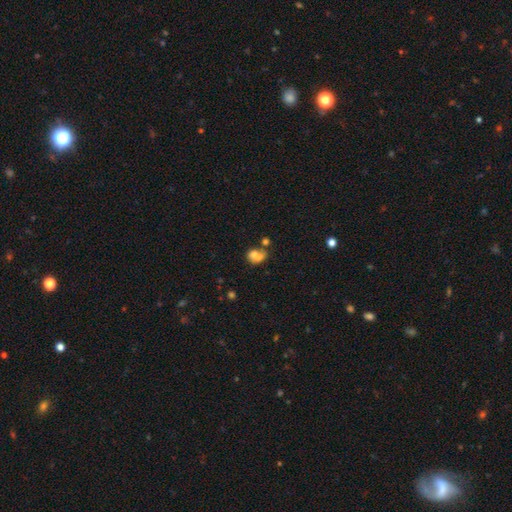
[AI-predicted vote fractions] This is likely a smooth galaxy (66%). How rounded: possibly round (51%). Merging: likely merger (62%).